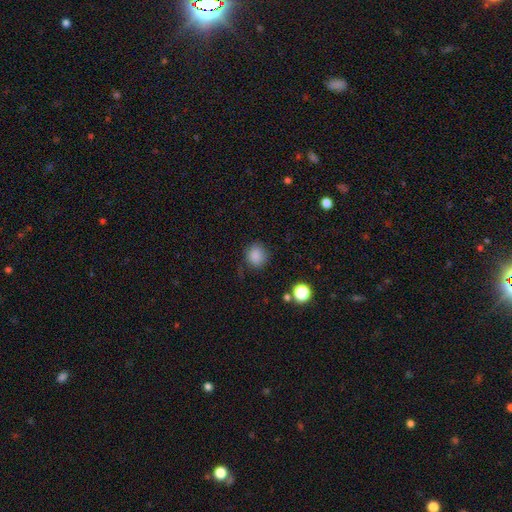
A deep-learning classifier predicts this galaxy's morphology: type=smooth (85%); roundness=round (83%); merging=none (79%).